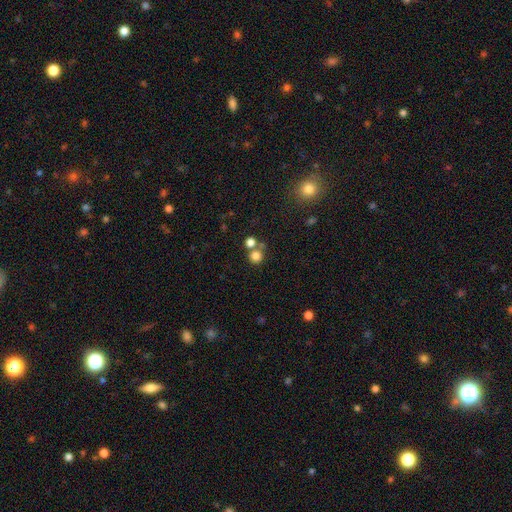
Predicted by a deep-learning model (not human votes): smooth 77%, star or artifact 15%, featured or disk 8%. Down the decision tree: how rounded — round (91%); merging — none (58%).